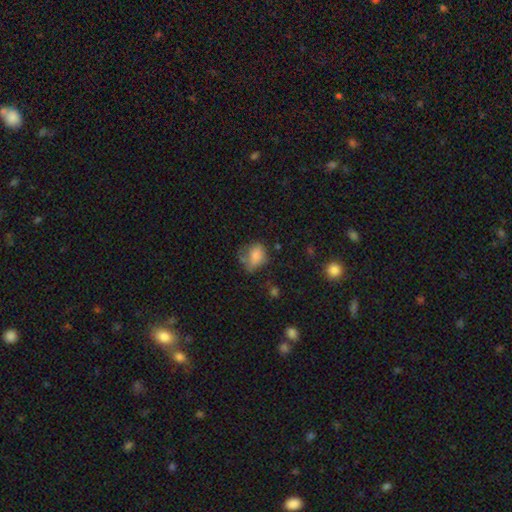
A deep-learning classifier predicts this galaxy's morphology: Q: Smooth or featured?
A: smooth (76%); runner-up: featured or disk (13%)
Q: How rounded?
A: in between (65%); runner-up: round (34%)
Q: Merging?
A: none (40%); runner-up: minor disturbance (32%)